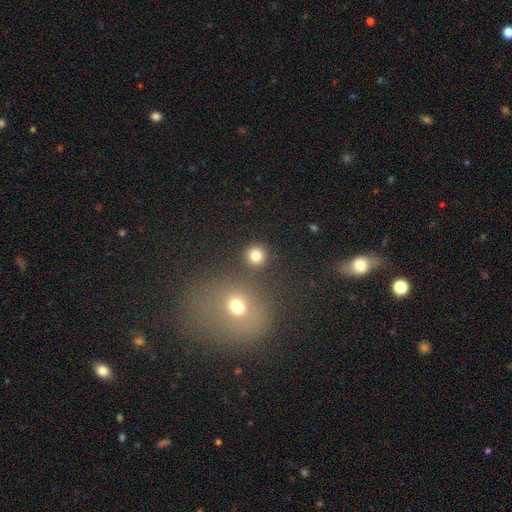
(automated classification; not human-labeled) This appears to be a smooth galaxy with no disk features (80%) that is round (93%). Merging: none (85%).